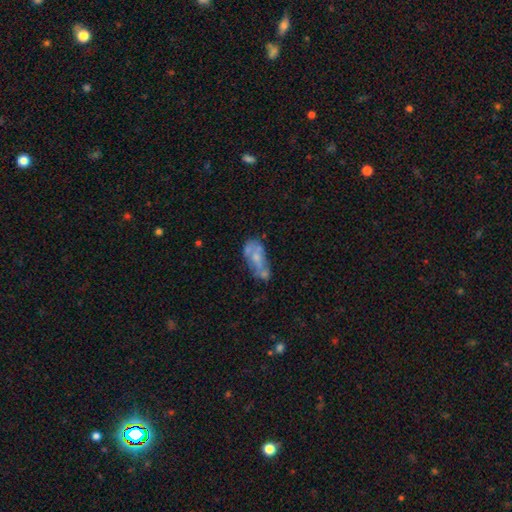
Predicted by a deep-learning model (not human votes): This is possibly a featured or disk galaxy (54%). It is clearly not viewed edge-on (94%). Bar: clearly no (83%). Spiral arm pattern: clearly no (81%). Central bulge: marginally small (37%). Merging: marginally none (36%).